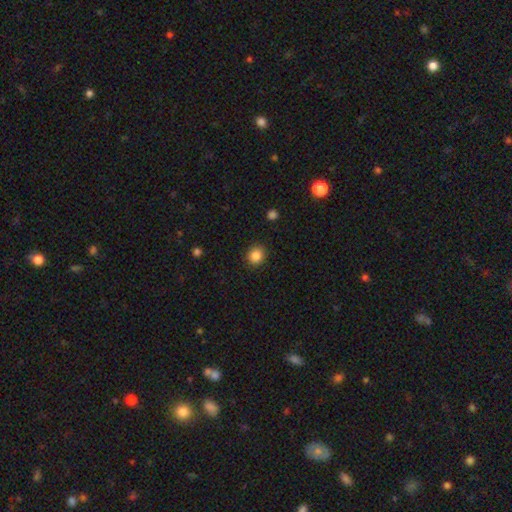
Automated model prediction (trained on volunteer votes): Overall: smooth (86%). How rounded: round (86%). Merging: none (90%).